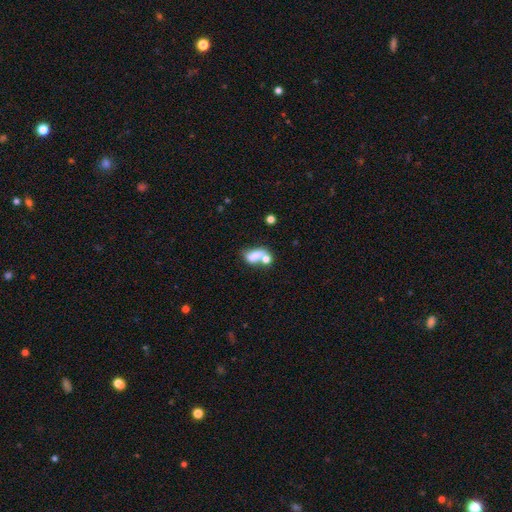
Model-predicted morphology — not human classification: Smooth or featured? Predicted: smooth (p=0.68). How rounded? Predicted: in between (p=0.79). Merging? Predicted: merger (p=0.54).